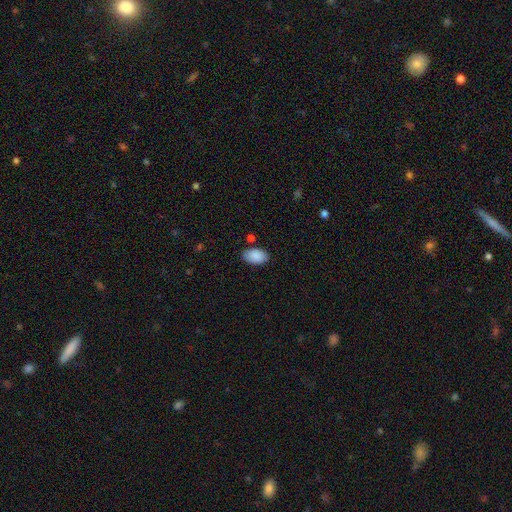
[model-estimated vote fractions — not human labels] A smooth galaxy with no disk features (89%) that is in between round and cigar-shaped (93%).

Vote fractions:
- Smooth or featured? smooth: 89% / star or artifact: 7% / featured or disk: 5%
- How rounded? in between: 93% / round: 6% / cigar-shaped: 1%
- Merging? none: 80% / minor disturbance: 14% / merger: 4% / major disturbance: 3%